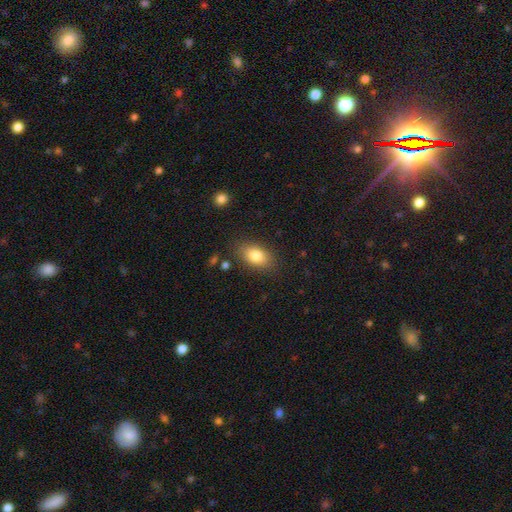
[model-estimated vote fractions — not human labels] Overall: smooth (83%). How rounded: in between (88%). Merging: none (83%).